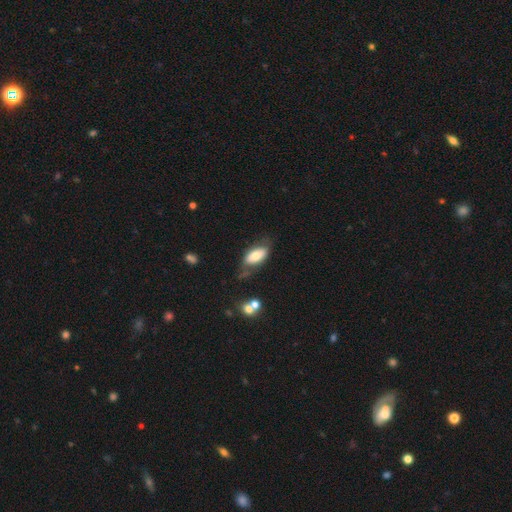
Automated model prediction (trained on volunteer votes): Overall: smooth (68%). How rounded: in between (89%). Merging: none (57%; minor disturbance 26%).